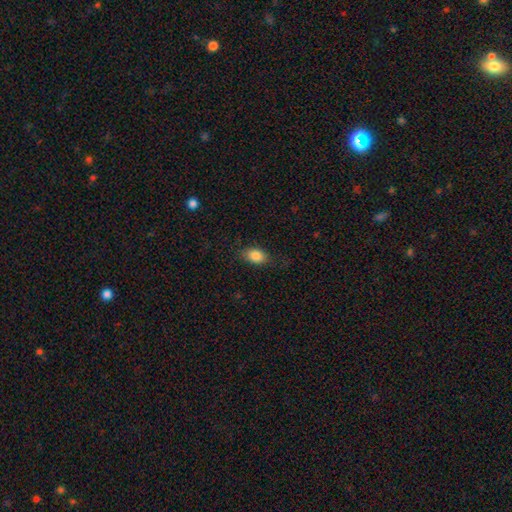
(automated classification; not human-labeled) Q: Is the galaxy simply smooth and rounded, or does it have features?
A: smooth — 85%.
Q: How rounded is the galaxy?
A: in between — 86%.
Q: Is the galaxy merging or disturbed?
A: none — 80%.